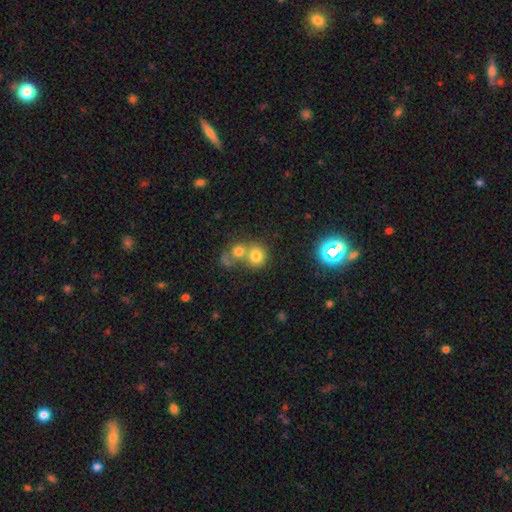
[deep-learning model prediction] This appears to be a smooth galaxy with no disk features (74%) that is round (84%). Merging: merger (47%).